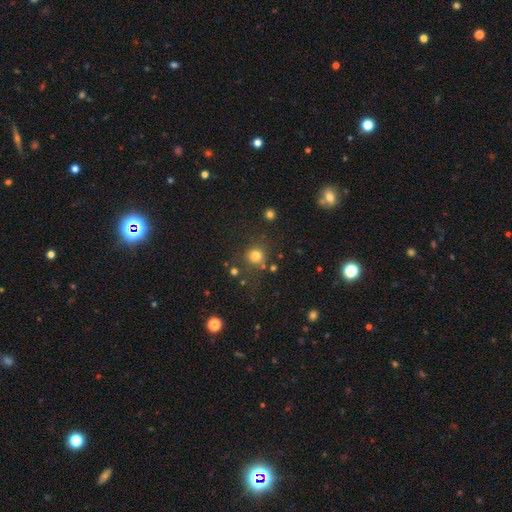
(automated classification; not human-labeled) Smooth or featured? smooth (78%)
How rounded? round (91%)
Merging? none (75%)